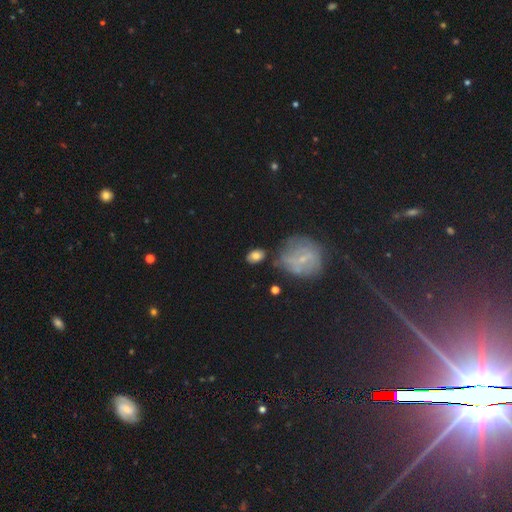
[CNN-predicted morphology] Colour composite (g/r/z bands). It shows a smooth galaxy with no disk features (74%) that is in between round and cigar-shaped (71%). Merging: none (71%).